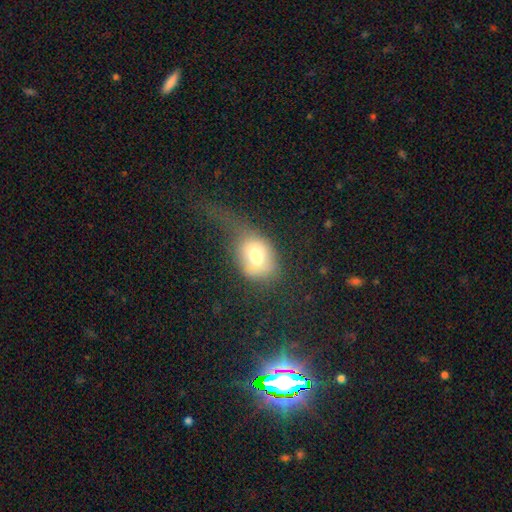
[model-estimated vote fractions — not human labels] A smooth galaxy with no disk features (70%) that is in between round and cigar-shaped (55%).

Vote fractions:
- Smooth or featured? smooth: 70% / featured or disk: 20% / star or artifact: 10%
- How rounded? in between: 55% / round: 44% / cigar-shaped: 2%
- Merging? major disturbance: 45% / none: 27% / minor disturbance: 24% / merger: 4%